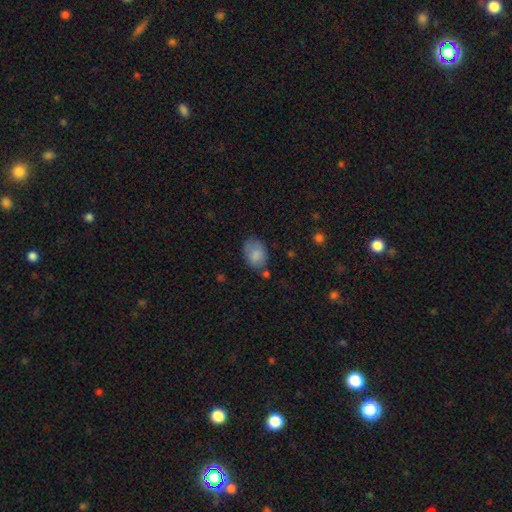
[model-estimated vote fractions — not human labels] smooth-or-featured: smooth: 83% | featured or disk: 10% | star or artifact: 8%
  how-rounded: in between: 77% | round: 22% | cigar-shaped: 1%
  merging: none: 64% | minor disturbance: 23% | major disturbance: 6% | merger: 6%